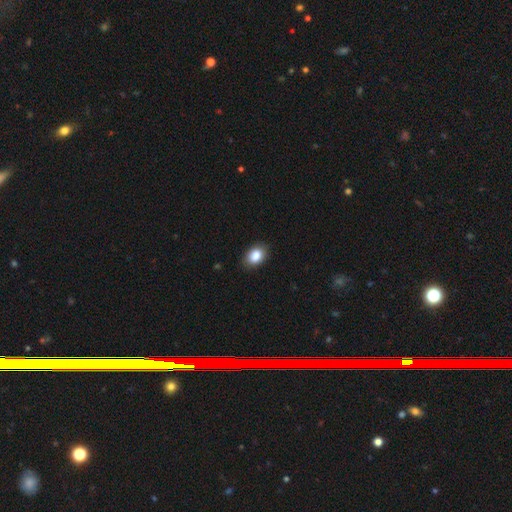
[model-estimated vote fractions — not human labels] smooth_or_featured: smooth (p=0.86) [alt: star or artifact p=0.08]
how_rounded: in between (p=0.84) [alt: round p=0.15]
merging: none (p=0.85) [alt: minor disturbance p=0.11]